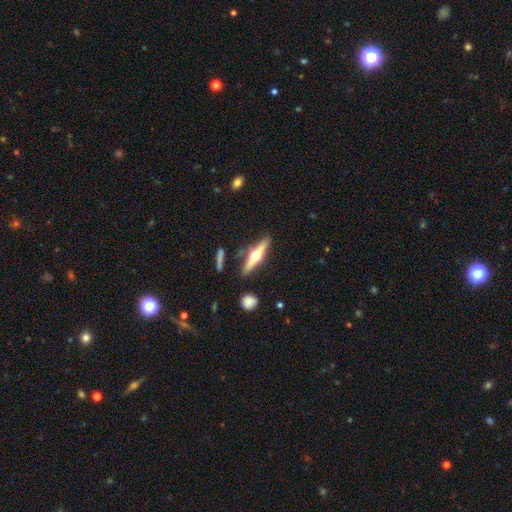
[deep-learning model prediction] smooth_or_featured: featured or disk (p=0.67) [alt: smooth p=0.27]
disk_edge_on: yes (p=0.96) [alt: no p=0.04]
edge_on_bulge: rounded (p=0.96) [alt: none p=0.02]
merging: none (p=0.83) [alt: minor disturbance p=0.10]